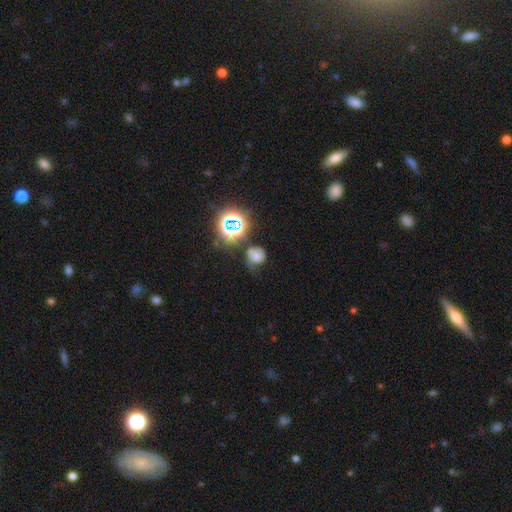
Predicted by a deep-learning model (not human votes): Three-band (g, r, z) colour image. It shows a smooth galaxy with no disk features (50%) that is round (70%). Merging: none (45%).